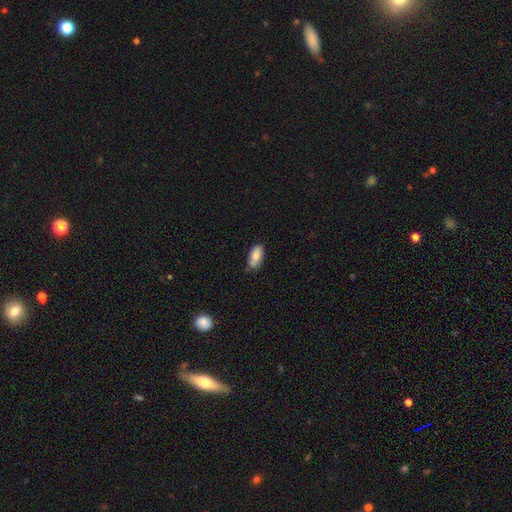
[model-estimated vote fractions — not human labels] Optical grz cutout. It shows a smooth galaxy with no disk features (81%) that is in between round and cigar-shaped (91%). Merging: none (70%).